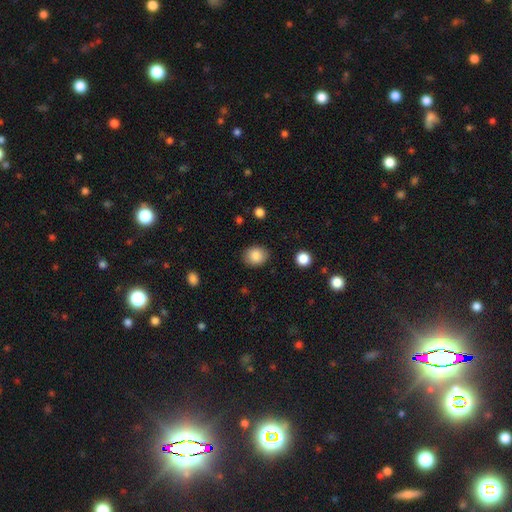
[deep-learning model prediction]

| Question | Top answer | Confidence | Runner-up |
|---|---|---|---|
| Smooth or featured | smooth | 87% | star or artifact (8%) |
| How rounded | round | 62% | in between (37%) |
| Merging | none | 86% | minor disturbance (10%) |